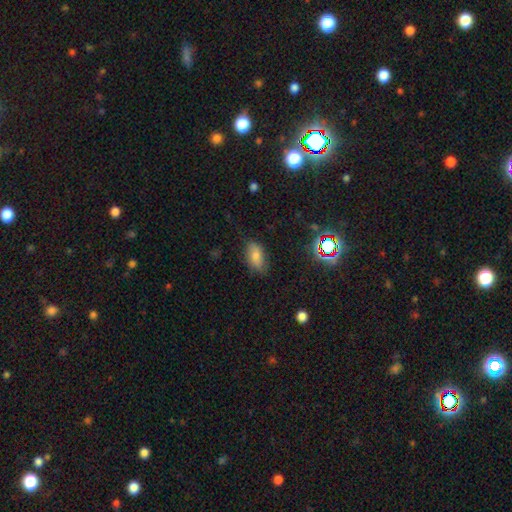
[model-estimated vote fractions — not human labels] Morphology: type=smooth (70%); roundness=in between (90%); merging=none (75%).